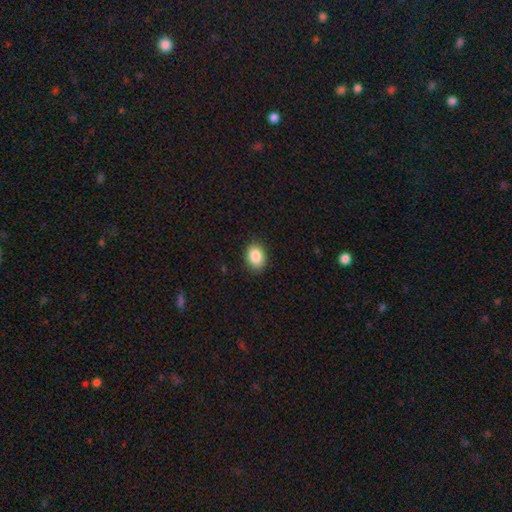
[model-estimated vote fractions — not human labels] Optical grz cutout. It shows a smooth galaxy with no disk features (88%) that is in between round and cigar-shaped (68%). Merging: none (87%).